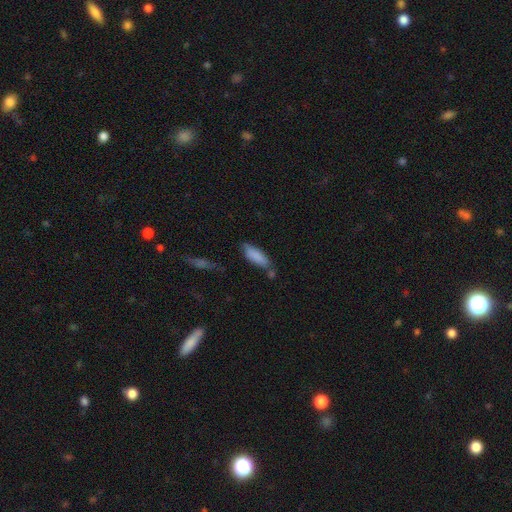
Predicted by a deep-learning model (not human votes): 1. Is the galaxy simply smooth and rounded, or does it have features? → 83% smooth, 11% featured or disk, 7% star or artifact.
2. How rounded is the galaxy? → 56% in between, 42% cigar-shaped, 2% round.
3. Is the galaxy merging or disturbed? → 59% none, 23% minor disturbance, 13% merger, 6% major disturbance.